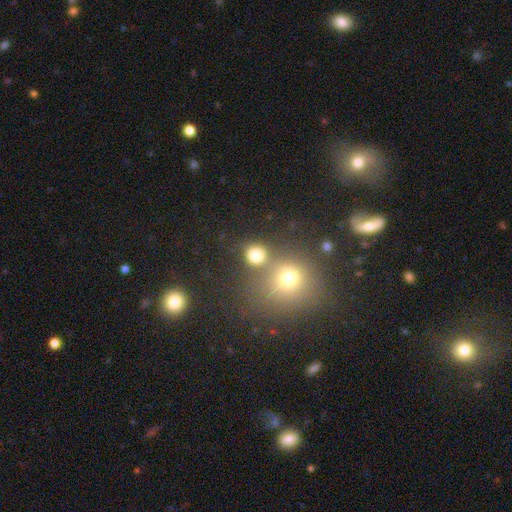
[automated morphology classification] This appears to be a smooth galaxy with no disk features (79%) that is round (83%). Merging: none (62%).